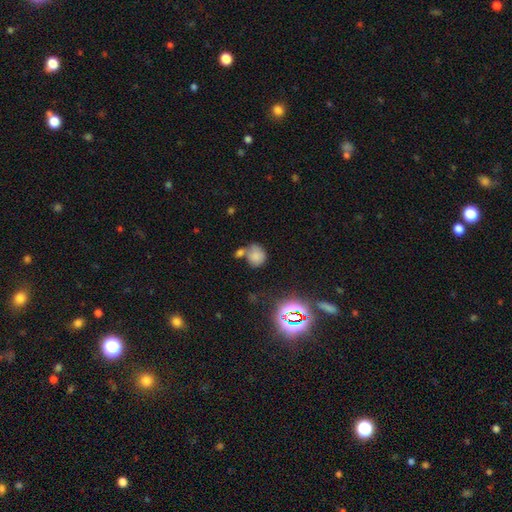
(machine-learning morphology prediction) smooth-or-featured: smooth: 75% | star or artifact: 15% | featured or disk: 10%
  how-rounded: round: 75% | in between: 24% | cigar-shaped: 1%
  merging: none: 43% | merger: 35% | minor disturbance: 15% | major disturbance: 7%